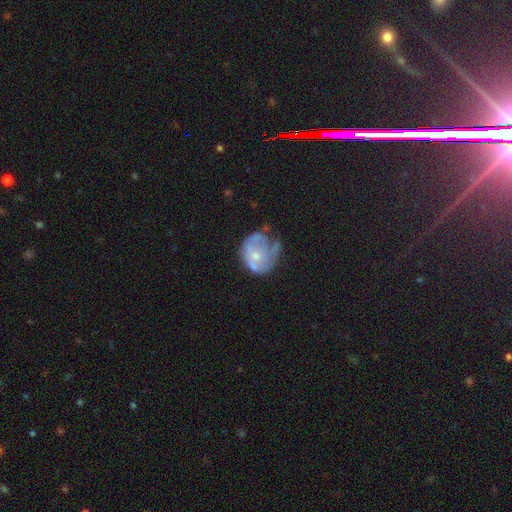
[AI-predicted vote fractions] This is possibly a featured or disk galaxy (54%). It is clearly not viewed edge-on (98%). Bar: likely no (80%). Spiral arm pattern: likely no (65%). Central bulge: possibly small (54%). Merging: marginally none (34%).